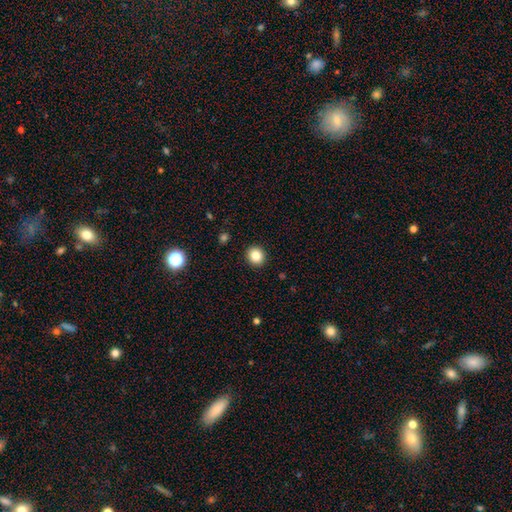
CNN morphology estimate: smooth-or-featured: smooth: 84% | star or artifact: 11% | featured or disk: 5%
  how-rounded: round: 86% | in between: 13% | cigar-shaped: 1%
  merging: none: 92% | minor disturbance: 5% | major disturbance: 2% | merger: 1%